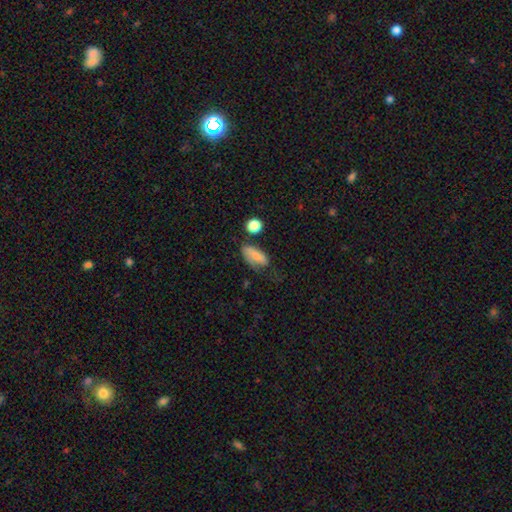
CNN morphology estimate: Smooth or featured? Predicted: smooth (p=0.68). How rounded? Predicted: in between (p=0.85). Merging? Predicted: none (p=0.41).